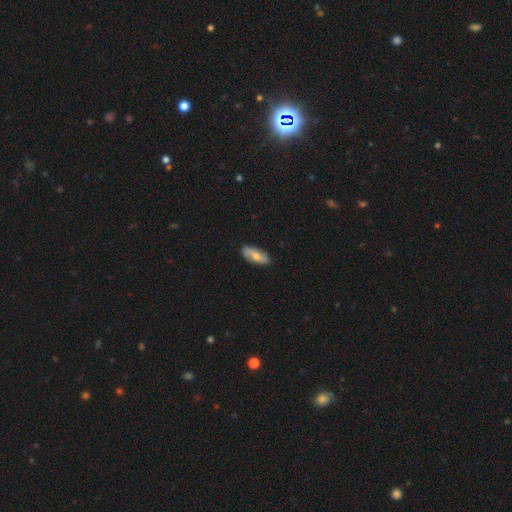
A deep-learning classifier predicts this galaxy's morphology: A smooth galaxy with no disk features (50%) that is in between round and cigar-shaped (78%). Merging: none (82%).